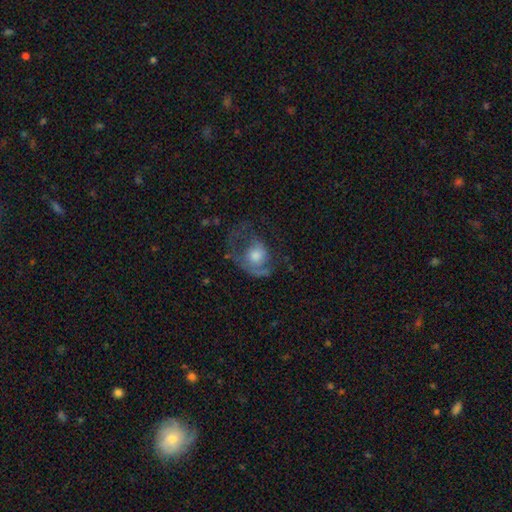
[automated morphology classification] A featured or disk galaxy (52%).

Vote fractions:
- Smooth or featured? featured or disk: 52% / smooth: 40% / star or artifact: 9%
- Edge-on disk? no: 96% / yes: 4%
- Merging? major disturbance: 48% / none: 30% / minor disturbance: 19% / merger: 2%